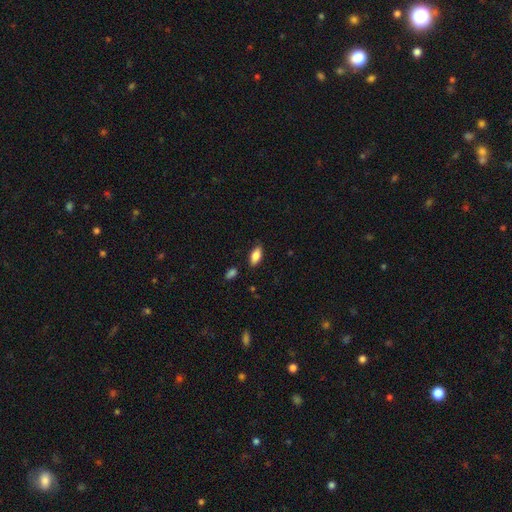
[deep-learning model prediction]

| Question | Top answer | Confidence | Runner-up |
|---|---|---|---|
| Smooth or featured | smooth | 82% | featured or disk (11%) |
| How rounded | in between | 86% | cigar-shaped (12%) |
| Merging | none | 83% | minor disturbance (13%) |